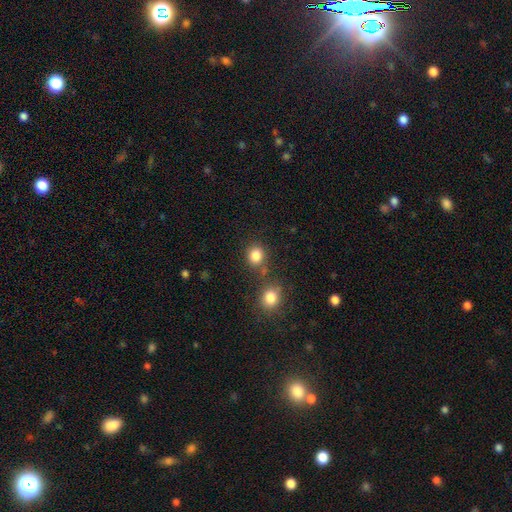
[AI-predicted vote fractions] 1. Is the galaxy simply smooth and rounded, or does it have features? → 84% smooth, 11% star or artifact, 5% featured or disk.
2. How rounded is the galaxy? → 82% round, 17% in between, 1% cigar-shaped.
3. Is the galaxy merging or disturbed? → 72% none, 14% merger, 10% minor disturbance, 4% major disturbance.